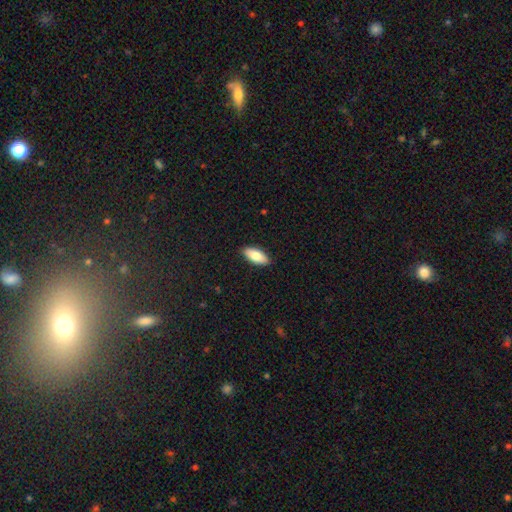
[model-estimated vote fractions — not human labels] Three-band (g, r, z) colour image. It shows a smooth galaxy with no disk features (83%) that is in between round and cigar-shaped (87%). Merging: none (90%).